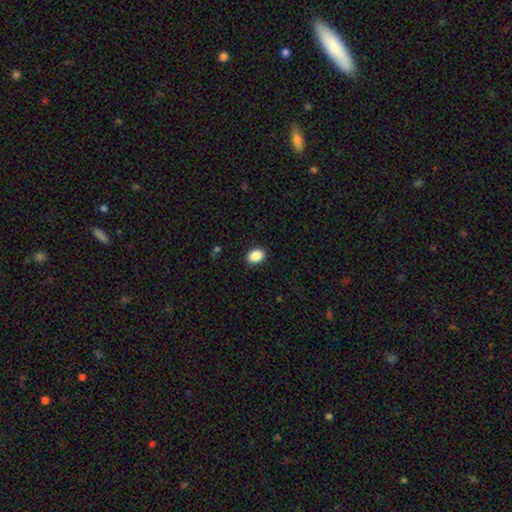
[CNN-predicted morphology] This is clearly a smooth galaxy (89%). How rounded: likely in between (72%). Merging: clearly none (90%).